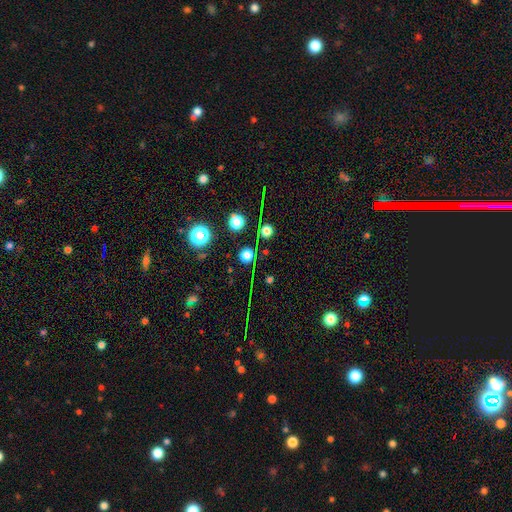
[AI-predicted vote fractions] Overall: star or artifact (66%).